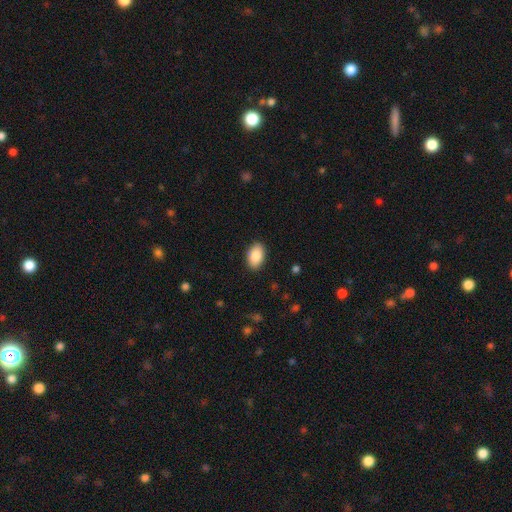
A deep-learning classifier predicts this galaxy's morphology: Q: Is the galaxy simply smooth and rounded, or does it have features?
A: smooth — 88%.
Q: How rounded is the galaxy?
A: in between — 91%.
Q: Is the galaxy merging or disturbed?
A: none — 89%.